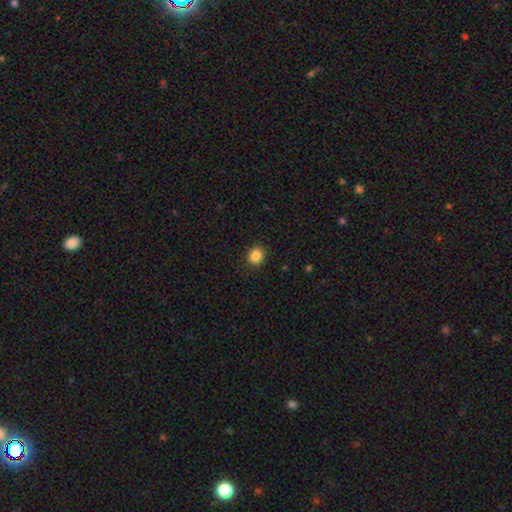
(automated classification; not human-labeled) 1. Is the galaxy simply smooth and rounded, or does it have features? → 87% smooth, 10% star or artifact, 3% featured or disk.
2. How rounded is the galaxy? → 73% round, 27% in between, 1% cigar-shaped.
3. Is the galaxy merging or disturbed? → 90% none, 7% minor disturbance, 2% major disturbance, 1% merger.